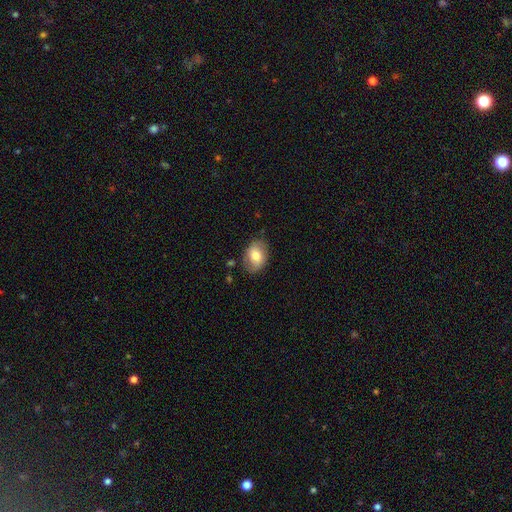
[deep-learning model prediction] A smooth galaxy with no disk features (71%) that is in between round and cigar-shaped (76%). Merging: none (79%).